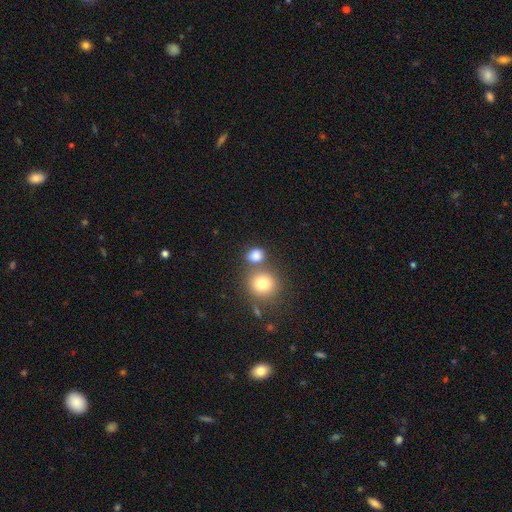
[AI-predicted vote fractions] Smooth or featured: smooth — 81% (star or artifact — 12%)
How rounded: round — 67% (in between — 32%)
Merging: none — 60% (merger — 25%)